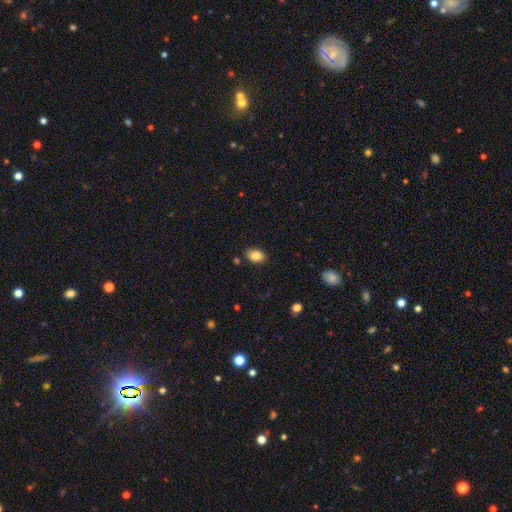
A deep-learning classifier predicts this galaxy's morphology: smooth 87%, star or artifact 8%, featured or disk 5%. Down the decision tree: how rounded — in between (81%); merging — none (85%).